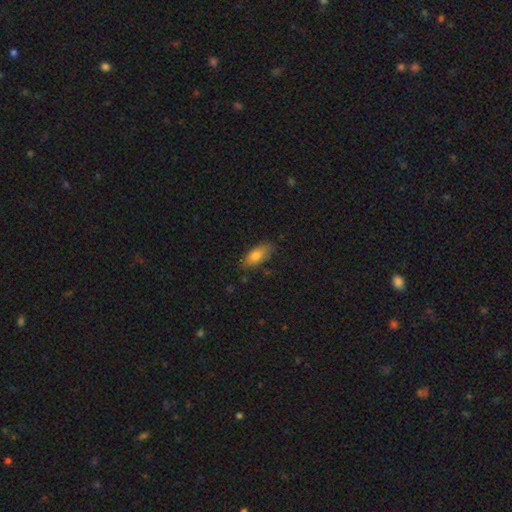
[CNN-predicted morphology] A smooth galaxy with no disk features (78%) that is in between round and cigar-shaped (83%). Merging: none (77%).